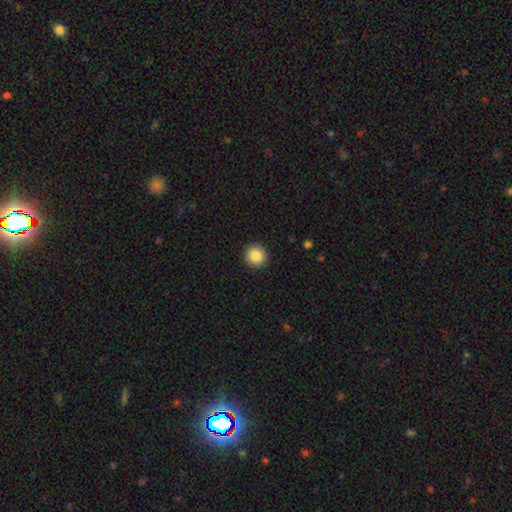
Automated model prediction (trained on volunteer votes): Smooth or featured? Predicted: smooth (p=0.86). How rounded? Predicted: round (p=0.91). Merging? Predicted: none (p=0.92).